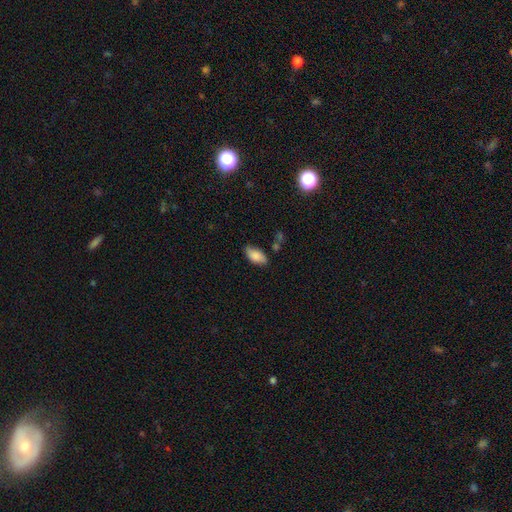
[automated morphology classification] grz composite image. It shows a smooth galaxy with no disk features (82%) that is in between round and cigar-shaped (93%). Merging: none (69%).